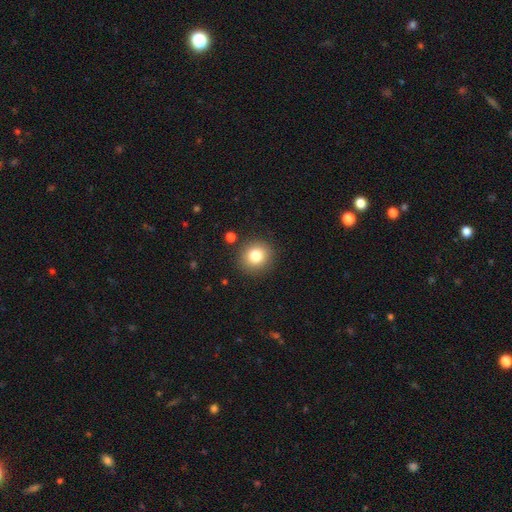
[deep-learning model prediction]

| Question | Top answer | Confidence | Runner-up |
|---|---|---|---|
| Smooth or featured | smooth | 81% | star or artifact (11%) |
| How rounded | round | 89% | in between (10%) |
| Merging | none | 88% | minor disturbance (7%) |